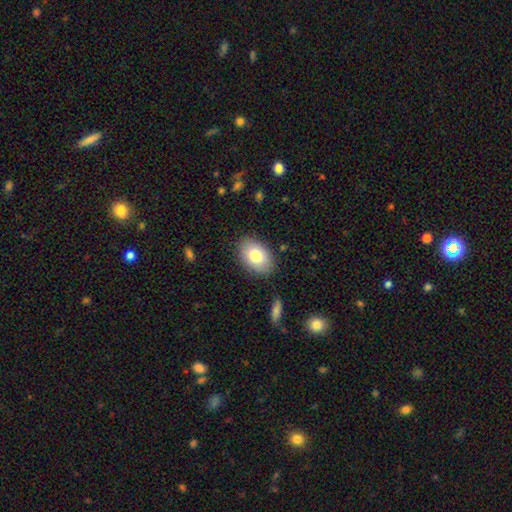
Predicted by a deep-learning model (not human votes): Q: Smooth or featured?
A: smooth (80%); runner-up: featured or disk (13%)
Q: How rounded?
A: in between (89%); runner-up: round (10%)
Q: Merging?
A: none (85%); runner-up: minor disturbance (11%)